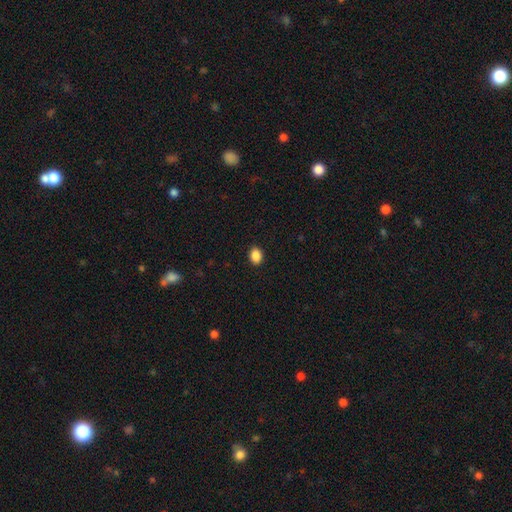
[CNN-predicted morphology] Smooth or featured? Predicted: smooth (p=0.89). How rounded? Predicted: in between (p=0.66). Merging? Predicted: none (p=0.91).